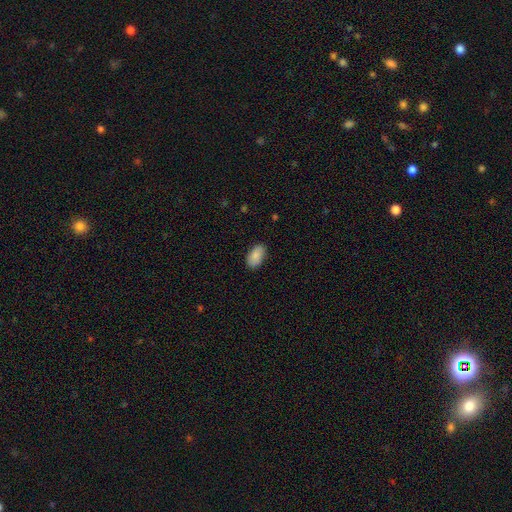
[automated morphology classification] A smooth galaxy with no disk features (88%) that is in between round and cigar-shaped (94%).

Vote fractions:
- Smooth or featured? smooth: 88% / star or artifact: 7% / featured or disk: 6%
- How rounded? in between: 94% / round: 4% / cigar-shaped: 2%
- Merging? none: 86% / minor disturbance: 11% / major disturbance: 2% / merger: 1%